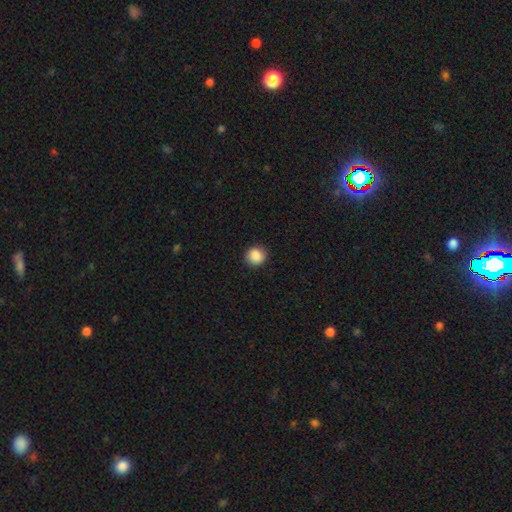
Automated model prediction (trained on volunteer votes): Q: Smooth or featured?
A: smooth (88%); runner-up: star or artifact (9%)
Q: How rounded?
A: round (89%); runner-up: in between (10%)
Q: Merging?
A: none (90%); runner-up: minor disturbance (7%)